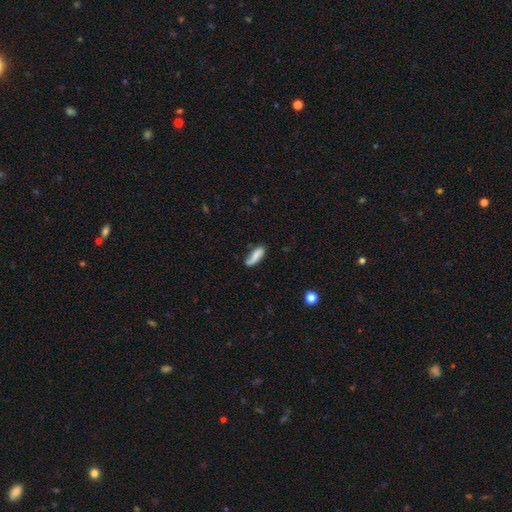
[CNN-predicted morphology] A smooth galaxy with no disk features (70%) that is in between round and cigar-shaped (58%).

Vote fractions:
- Smooth or featured? smooth: 70% / featured or disk: 22% / star or artifact: 8%
- How rounded? in between: 58% / cigar-shaped: 40% / round: 2%
- Merging? none: 55% / minor disturbance: 29% / major disturbance: 10% / merger: 6%